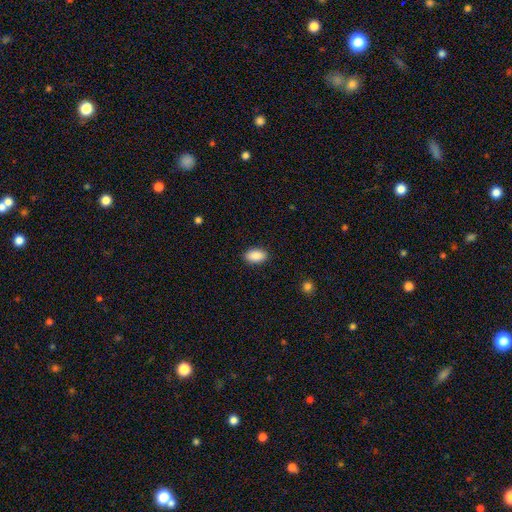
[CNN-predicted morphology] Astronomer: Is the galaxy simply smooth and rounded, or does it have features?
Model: smooth — 90%.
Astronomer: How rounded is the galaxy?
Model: in between — 92%.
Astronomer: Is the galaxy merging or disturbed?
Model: none — 89%.